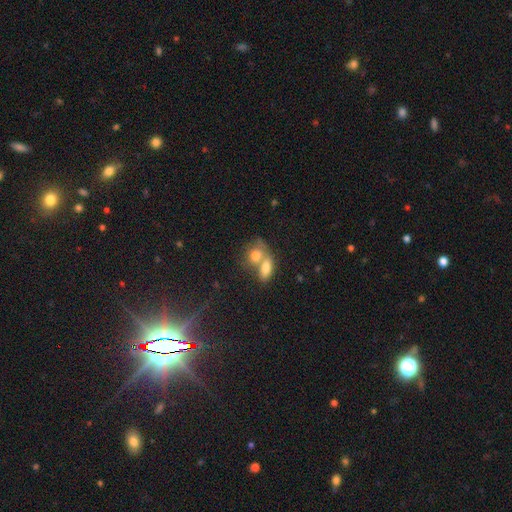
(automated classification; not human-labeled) A smooth galaxy with no disk features (76%) that is in between round and cigar-shaped (68%).

Vote fractions:
- Smooth or featured? smooth: 76% / featured or disk: 16% / star or artifact: 8%
- How rounded? in between: 68% / round: 28% / cigar-shaped: 4%
- Merging? merger: 67% / none: 22% / minor disturbance: 7% / major disturbance: 4%